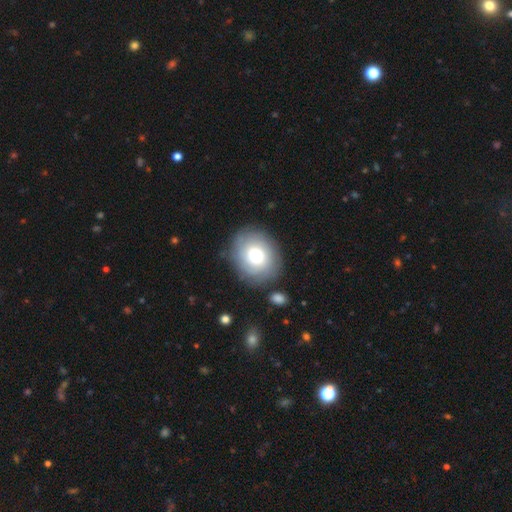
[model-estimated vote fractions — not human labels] The model was most divided on "how rounded": round: 59%, in between: 40%, cigar-shaped: 1%. More confident: merging — none (80%); smooth or featured — smooth (64%).